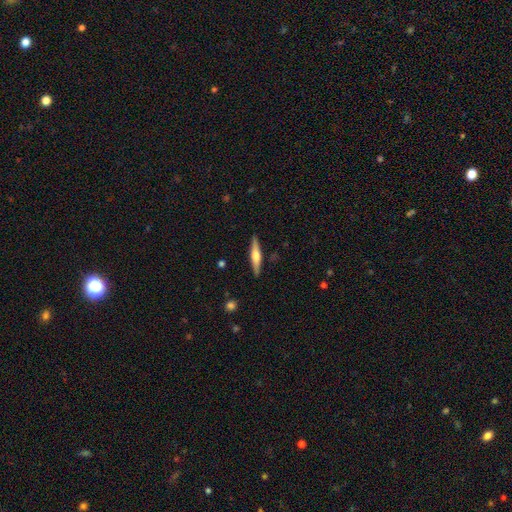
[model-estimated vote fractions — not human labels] Morphology: type=featured or disk (60%); edge-on=yes (97%); edge-on bulge=rounded (82%); merging=none (90%).